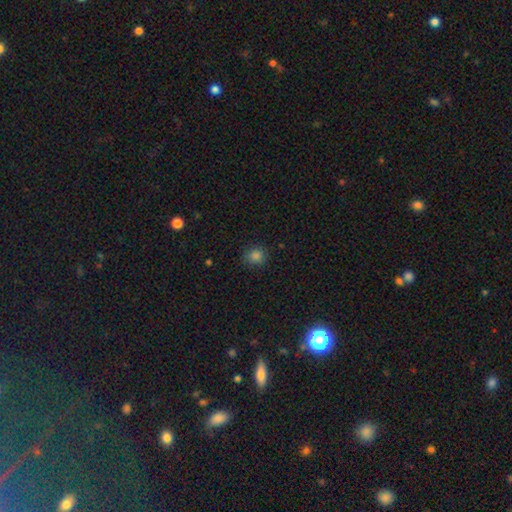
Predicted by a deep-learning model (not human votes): Smooth or featured? Predicted: smooth (p=0.82). How rounded? Predicted: round (p=0.78). Merging? Predicted: none (p=0.86).